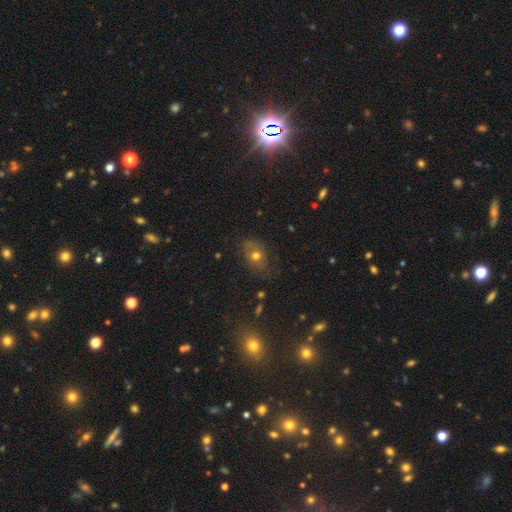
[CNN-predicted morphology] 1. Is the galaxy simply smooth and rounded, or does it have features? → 60% smooth, 23% featured or disk, 17% star or artifact.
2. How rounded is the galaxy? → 59% in between, 39% round, 2% cigar-shaped.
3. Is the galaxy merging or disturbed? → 62% none, 24% minor disturbance, 12% major disturbance, 2% merger.